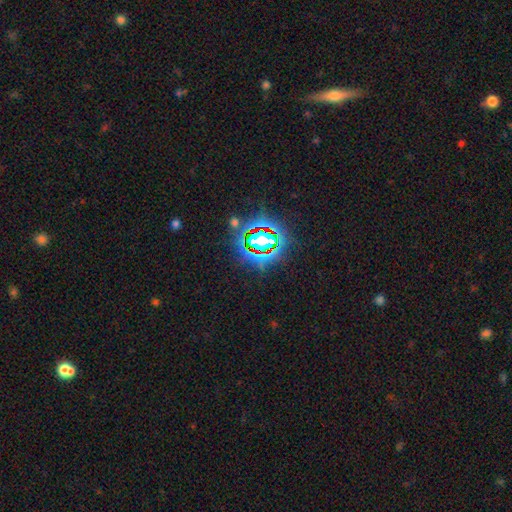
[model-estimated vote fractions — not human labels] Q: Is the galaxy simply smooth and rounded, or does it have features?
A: star or artifact — 79%.